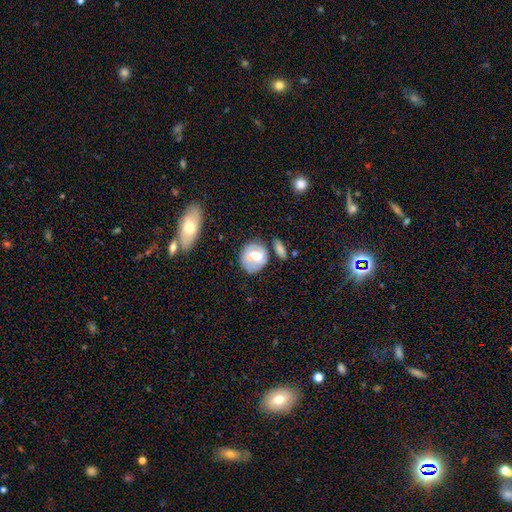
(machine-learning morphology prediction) Smooth or featured: smooth — 49% (featured or disk — 43%)
Merging: none — 49% (merger — 24%)